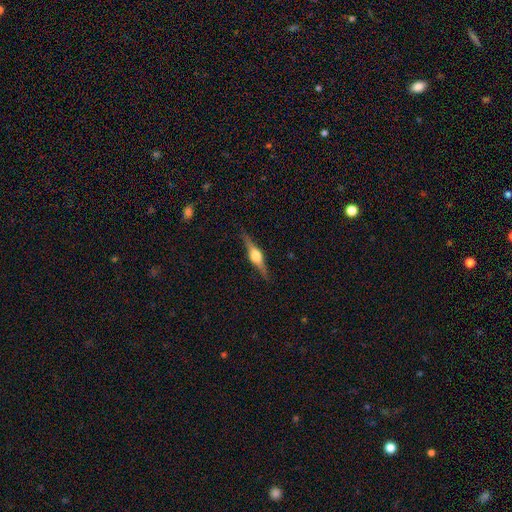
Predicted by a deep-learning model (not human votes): Smooth or featured? featured or disk (80%)
Edge-on disk? yes (98%)
Edge-on bulge? rounded (94%)
Merging? none (89%)